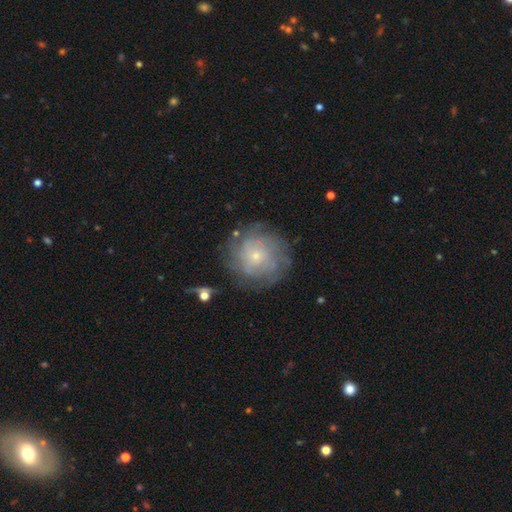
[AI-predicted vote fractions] Overall: featured or disk (62%; smooth 29%). Edge-on disk: no (97%). Bar: no (82%). Spiral arms: yes (78%). Bulge size: small (81%). Merging: none (76%).